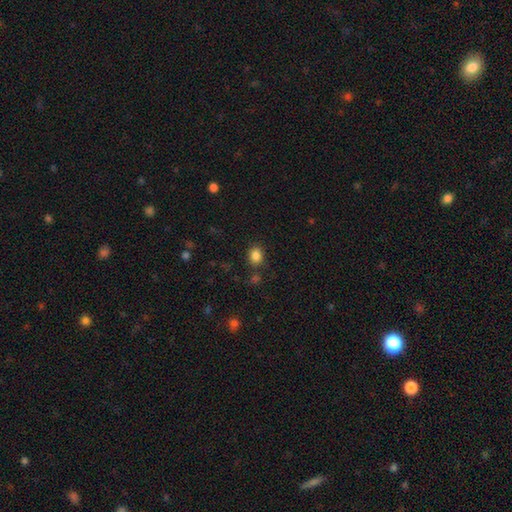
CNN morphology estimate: smooth-or-featured: smooth: 85% | star or artifact: 11% | featured or disk: 4%
  how-rounded: round: 56% | in between: 43% | cigar-shaped: 1%
  merging: none: 82% | minor disturbance: 10% | merger: 4% | major disturbance: 3%